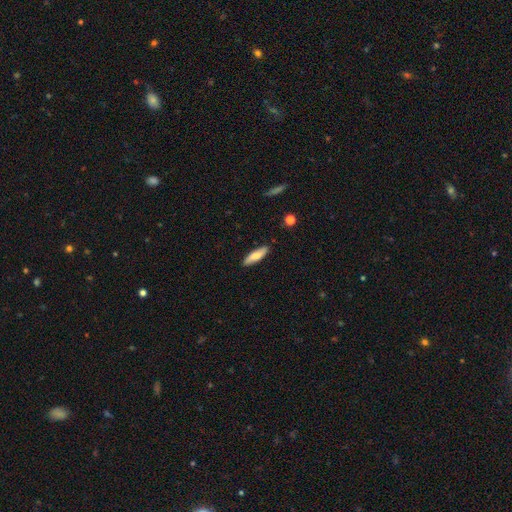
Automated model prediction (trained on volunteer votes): Smooth or featured: smooth — 75% (featured or disk — 19%)
How rounded: cigar-shaped — 61% (in between — 37%)
Merging: none — 86% (minor disturbance — 11%)